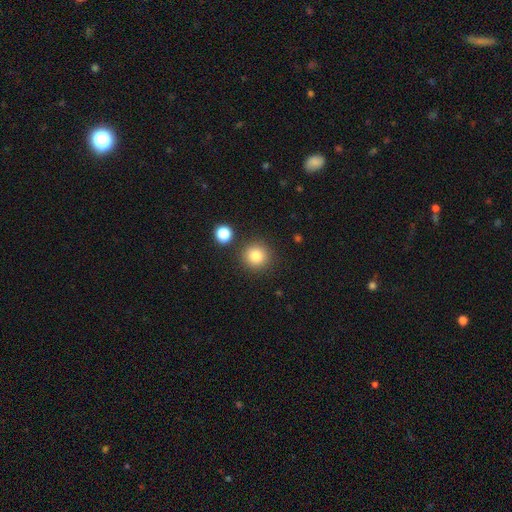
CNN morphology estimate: smooth_or_featured: smooth (p=0.82) [alt: star or artifact p=0.11]
how_rounded: round (p=0.93) [alt: in between p=0.06]
merging: none (p=0.86) [alt: minor disturbance p=0.07]